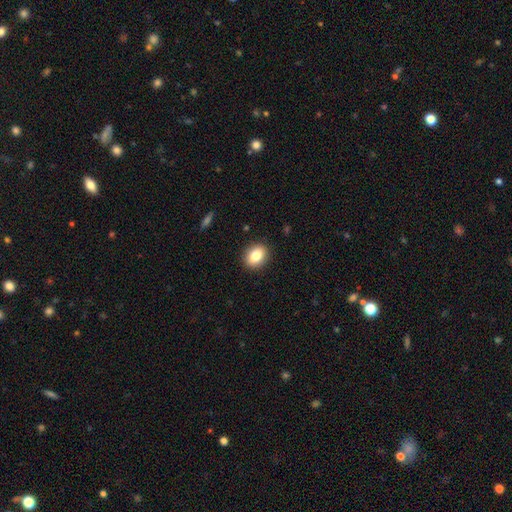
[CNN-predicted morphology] This is clearly a smooth galaxy (83%). How rounded: possibly in between (59%). Merging: clearly none (90%).